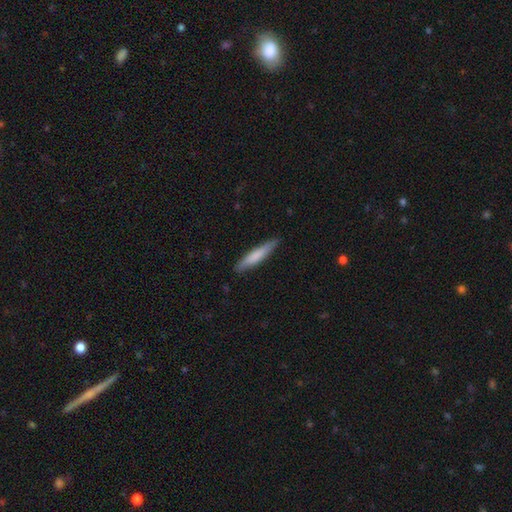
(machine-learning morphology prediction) smooth-or-featured: smooth: 72% | featured or disk: 23% | star or artifact: 5%
  how-rounded: cigar-shaped: 90% | in between: 9% | round: 1%
  merging: none: 87% | minor disturbance: 10% | major disturbance: 2% | merger: 1%